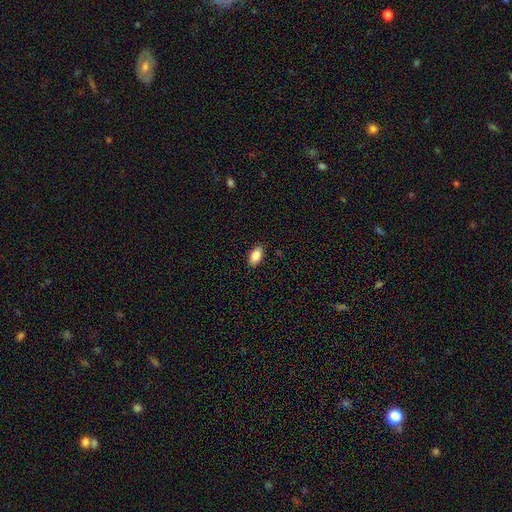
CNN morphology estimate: A smooth galaxy with no disk features (84%) that is in between round and cigar-shaped (91%).

Vote fractions:
- Smooth or featured? smooth: 84% / featured or disk: 8% / star or artifact: 7%
- How rounded? in between: 91% / round: 5% / cigar-shaped: 4%
- Merging? none: 87% / minor disturbance: 10% / major disturbance: 2% / merger: 1%